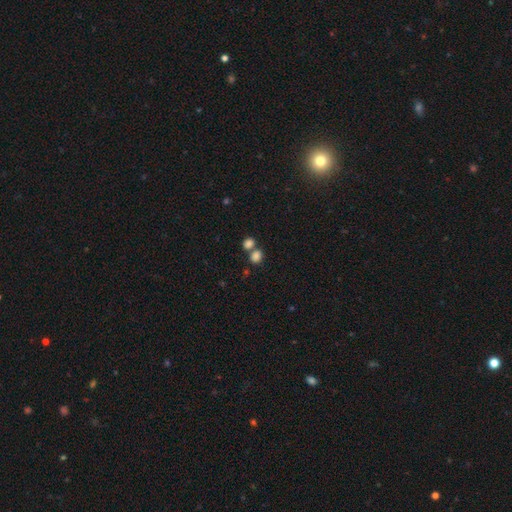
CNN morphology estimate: This appears to be a smooth galaxy with no disk features (83%) that is round (51%). Merging: merger (45%).